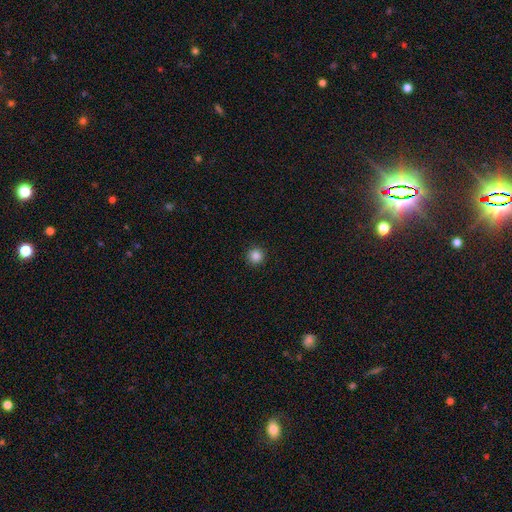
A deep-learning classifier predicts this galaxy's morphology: Smooth or featured?
  - smooth: 85% *
  - star or artifact: 11%
  - featured or disk: 3%
How rounded?
  - round: 96% *
  - in between: 3%
  - cigar-shaped: 1%
Merging?
  - none: 93% *
  - minor disturbance: 4%
  - major disturbance: 2%
  - merger: 1%